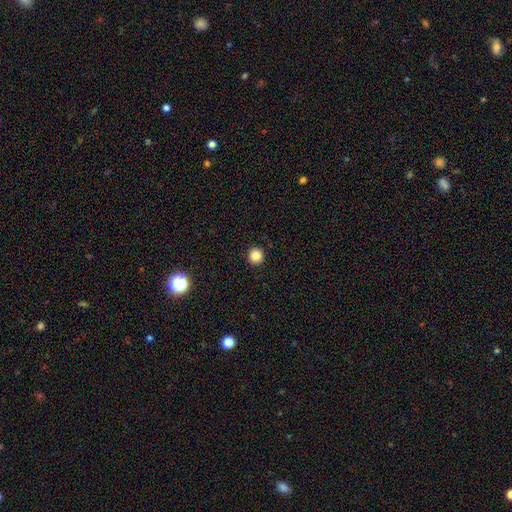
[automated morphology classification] The model was most divided on "smooth or featured": smooth: 84%, star or artifact: 11%, featured or disk: 5%. More confident: how rounded — round (95%); merging — none (93%).